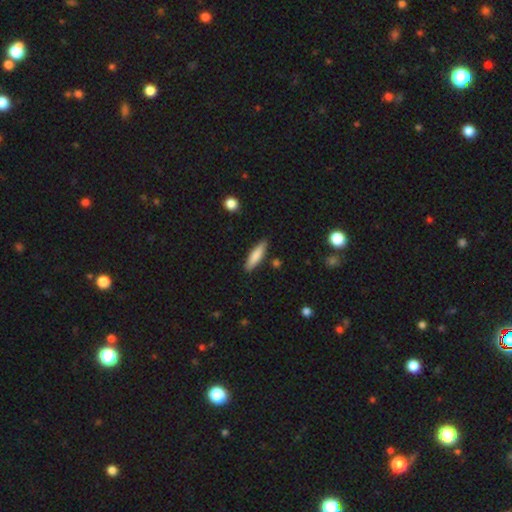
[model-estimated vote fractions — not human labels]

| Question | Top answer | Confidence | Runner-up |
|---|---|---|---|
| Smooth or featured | smooth | 80% | featured or disk (14%) |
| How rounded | cigar-shaped | 71% | in between (27%) |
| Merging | none | 87% | minor disturbance (9%) |